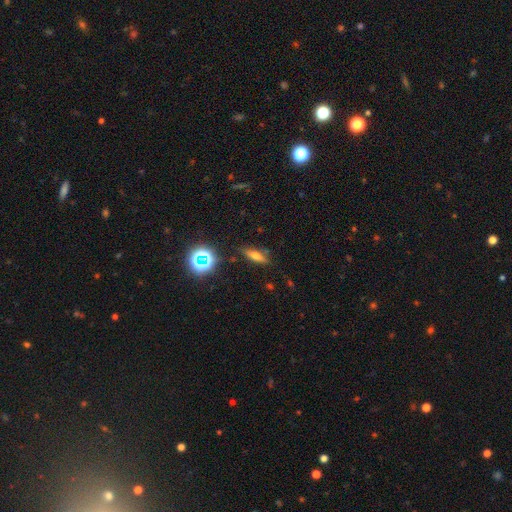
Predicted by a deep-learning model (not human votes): Smooth or featured? smooth (50%)
How rounded? cigar-shaped (55%)
Merging? none (82%)